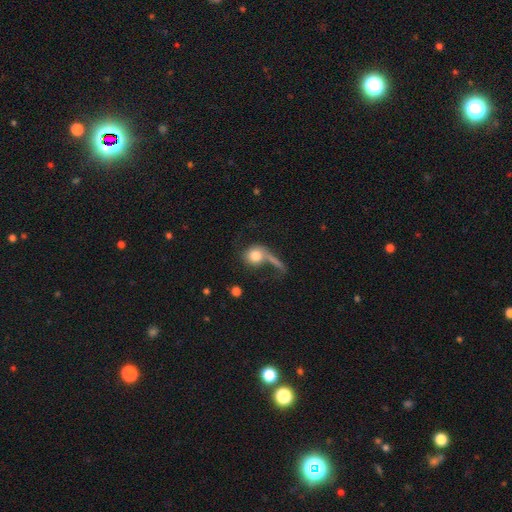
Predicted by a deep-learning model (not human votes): A smooth galaxy with no disk features (68%) that is round (79%).

Vote fractions:
- Smooth or featured? smooth: 68% / featured or disk: 24% / star or artifact: 8%
- How rounded? round: 79% / in between: 18% / cigar-shaped: 3%
- Merging? major disturbance: 36% / none: 31% / merger: 18% / minor disturbance: 14%